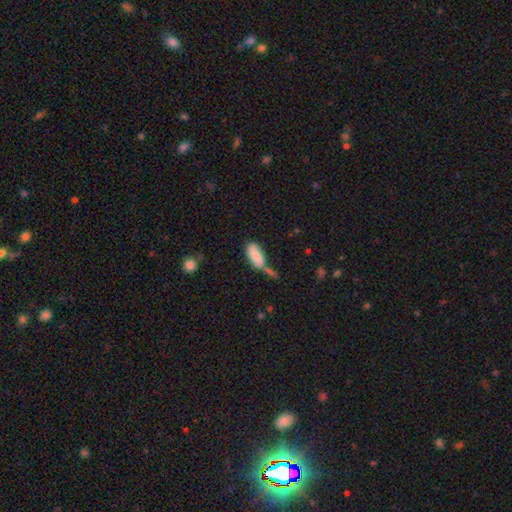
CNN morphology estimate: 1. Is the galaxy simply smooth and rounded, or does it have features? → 78% smooth, 15% featured or disk, 7% star or artifact.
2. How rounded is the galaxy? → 87% in between, 11% cigar-shaped, 3% round.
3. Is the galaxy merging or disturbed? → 35% none (tied), 35% merger (tied), 20% minor disturbance, 10% major disturbance.